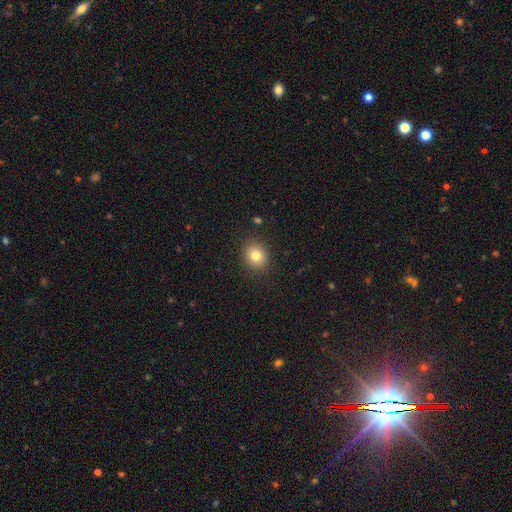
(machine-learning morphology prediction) A smooth galaxy with no disk features (81%) that is round (75%). Merging: none (89%).